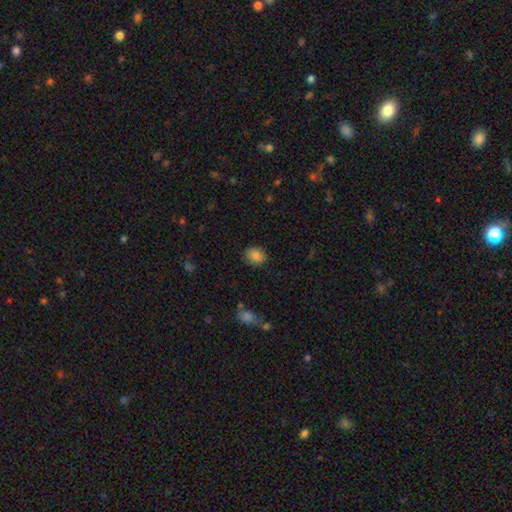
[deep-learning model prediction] This is clearly a smooth galaxy (85%). How rounded: possibly round (52%). Merging: clearly none (86%).